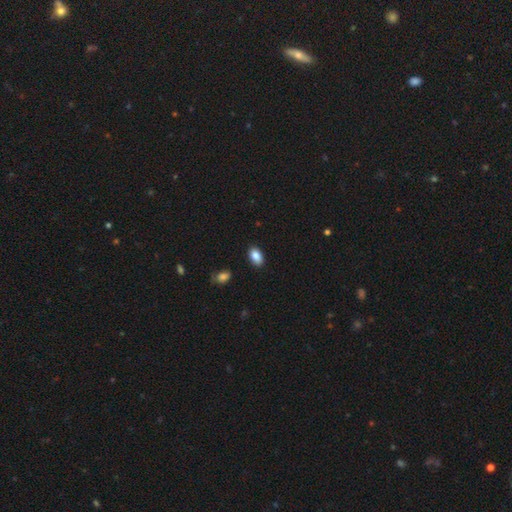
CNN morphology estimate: A smooth galaxy with no disk features (87%) that is in between round and cigar-shaped (91%). Merging: none (88%).